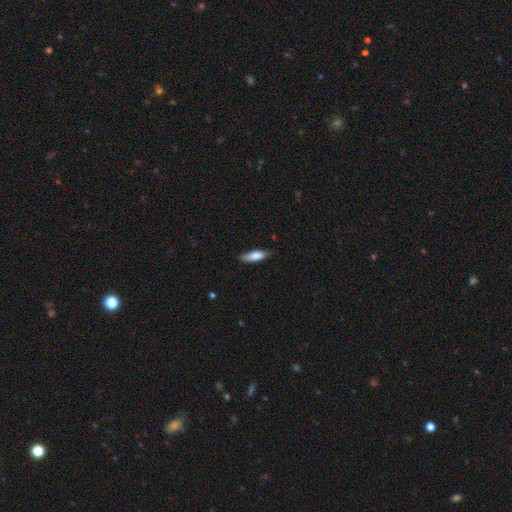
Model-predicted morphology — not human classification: Smooth or featured? smooth (76%)
How rounded? cigar-shaped (57%)
Merging? none (80%)